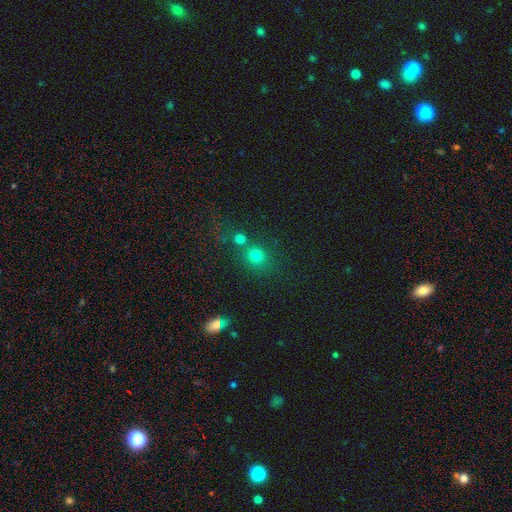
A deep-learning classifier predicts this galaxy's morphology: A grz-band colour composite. It shows a smooth galaxy with no disk features (72%) that is round (86%). Merging: none (60%).